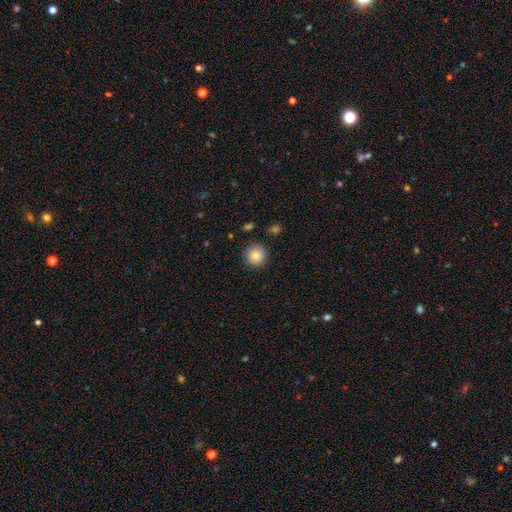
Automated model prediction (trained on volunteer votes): Smooth or featured?
  - smooth: 86% *
  - star or artifact: 9%
  - featured or disk: 5%
How rounded?
  - round: 94% *
  - in between: 5%
  - cigar-shaped: 1%
Merging?
  - none: 89% *
  - minor disturbance: 7%
  - major disturbance: 2%
  - merger: 2%